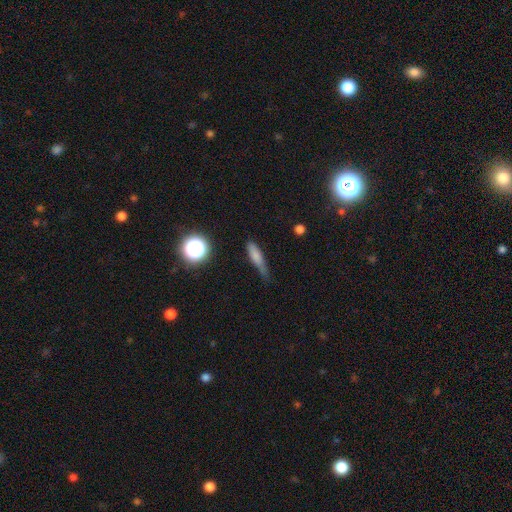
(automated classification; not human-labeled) Smooth or featured: smooth — 71% (featured or disk — 18%)
How rounded: cigar-shaped — 63% (in between — 30%)
Merging: none — 45% (minor disturbance — 40%)